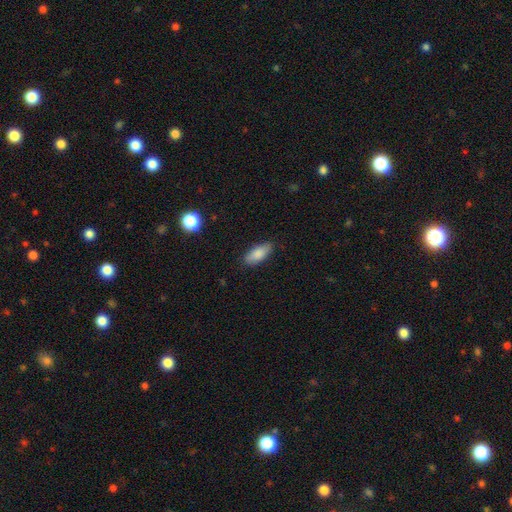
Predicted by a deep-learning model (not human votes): This is clearly a smooth galaxy (83%). How rounded: clearly in between (80%). Merging: clearly none (83%).